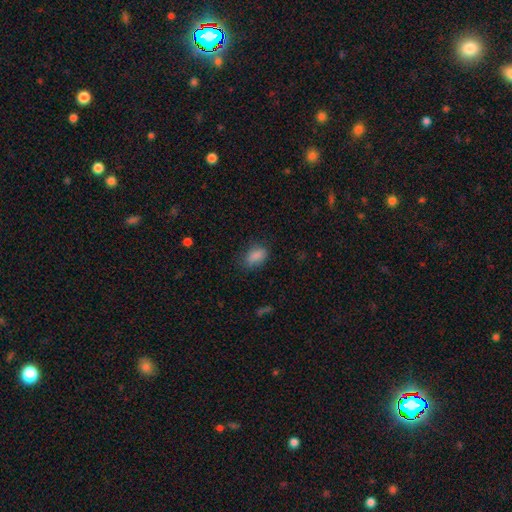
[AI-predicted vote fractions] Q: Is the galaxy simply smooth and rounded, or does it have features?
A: smooth — 85%.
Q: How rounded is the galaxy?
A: in between — 85%.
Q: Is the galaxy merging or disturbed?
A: none — 70%.